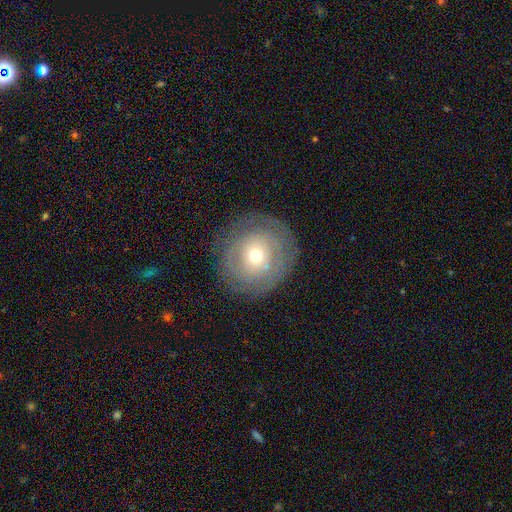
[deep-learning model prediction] Smooth or featured: featured or disk — 51% (smooth — 40%)
Edge-on disk: no — 95% (yes — 5%)
Merging: none — 81% (minor disturbance — 12%)